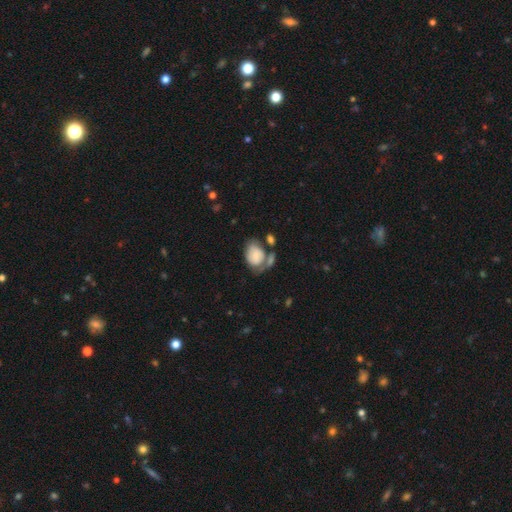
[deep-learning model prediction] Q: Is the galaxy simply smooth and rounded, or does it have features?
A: smooth — 70%.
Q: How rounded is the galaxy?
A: in between — 73%.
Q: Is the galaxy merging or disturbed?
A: none — 31%.